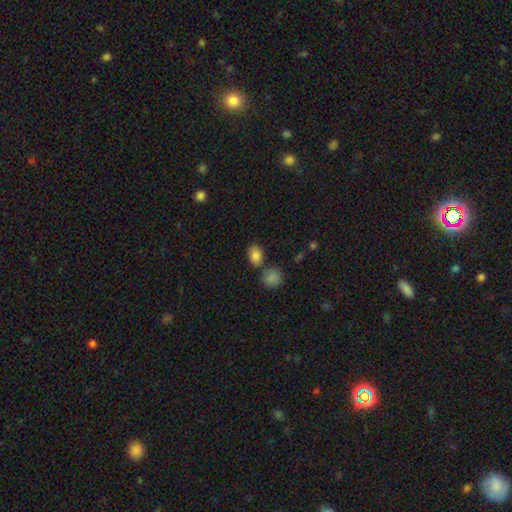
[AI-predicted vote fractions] This appears to be a smooth galaxy with no disk features (84%) that is in between round and cigar-shaped (78%). Merging: none (69%).